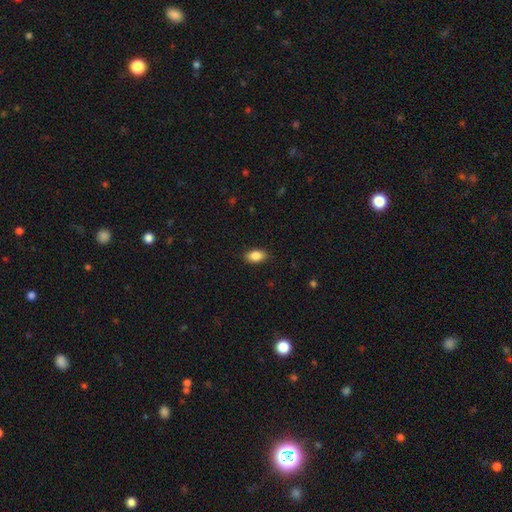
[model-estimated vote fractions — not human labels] A smooth galaxy with no disk features (87%) that is in between round and cigar-shaped (90%).

Vote fractions:
- Smooth or featured? smooth: 87% / star or artifact: 8% / featured or disk: 6%
- How rounded? in between: 90% / round: 8% / cigar-shaped: 3%
- Merging? none: 87% / minor disturbance: 10% / major disturbance: 2% / merger: 1%